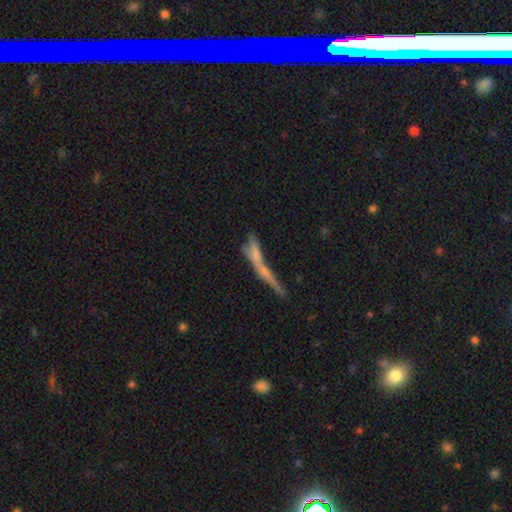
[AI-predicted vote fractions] Smooth or featured?
  - smooth: 45% *
  - featured or disk: 42%
  - star or artifact: 13%
Merging?
  - merger: 46% *
  - none: 32%
  - minor disturbance: 11%
  - major disturbance: 11%